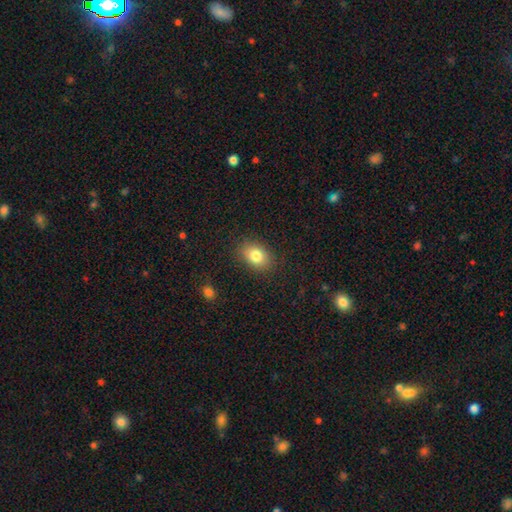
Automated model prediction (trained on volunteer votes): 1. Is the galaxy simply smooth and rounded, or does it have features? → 82% smooth, 9% star or artifact, 9% featured or disk.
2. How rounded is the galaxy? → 76% in between, 23% round, 1% cigar-shaped.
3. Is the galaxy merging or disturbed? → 86% none, 10% minor disturbance, 3% major disturbance, 1% merger.